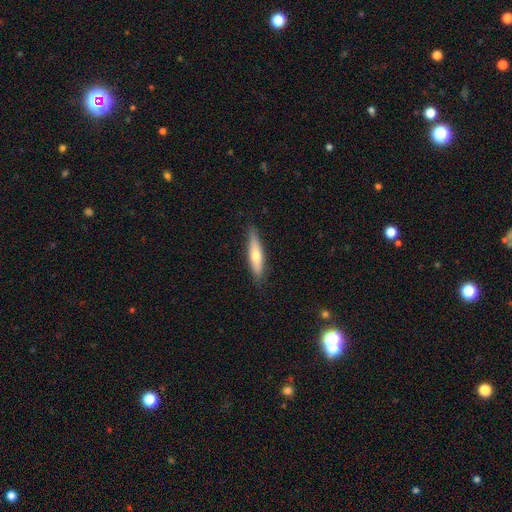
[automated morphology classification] Smooth or featured?
  - smooth: 60% *
  - featured or disk: 35%
  - star or artifact: 6%
How rounded?
  - cigar-shaped: 82% *
  - in between: 17%
  - round: 2%
Merging?
  - none: 86% *
  - minor disturbance: 11%
  - major disturbance: 2%
  - merger: 1%